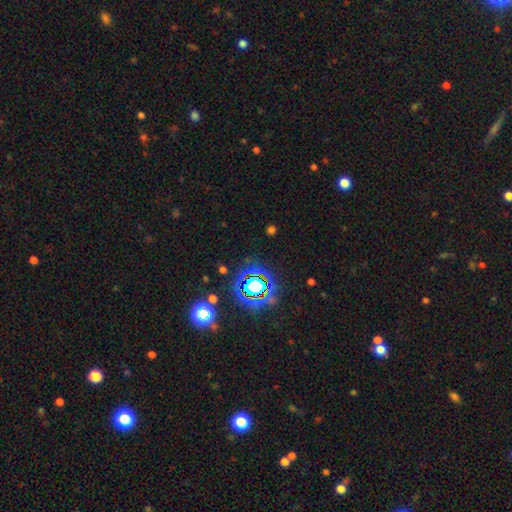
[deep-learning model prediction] The model was most divided on "smooth or featured": star or artifact: 77%, smooth: 15%, featured or disk: 9%.